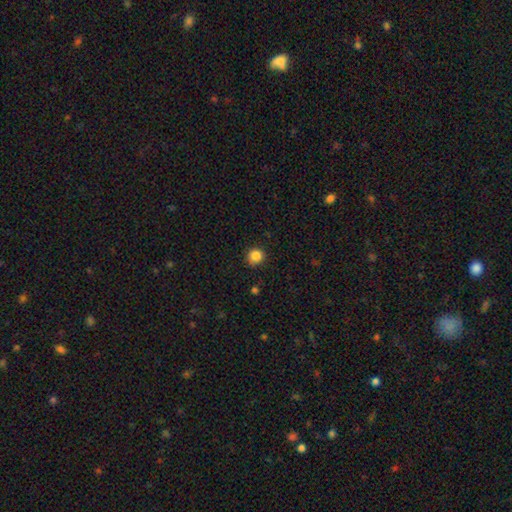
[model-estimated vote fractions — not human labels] This is clearly a smooth galaxy (85%). How rounded: clearly round (89%). Merging: clearly none (83%).